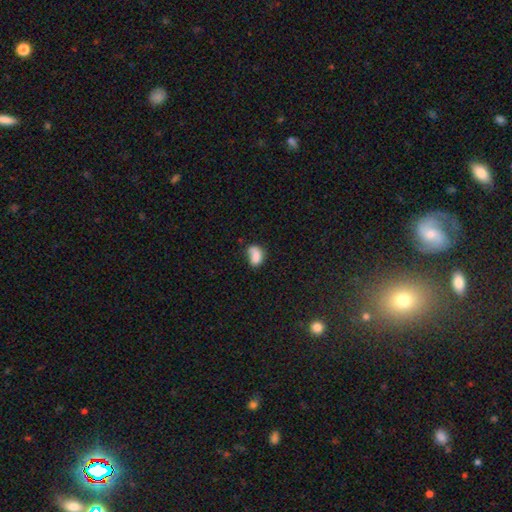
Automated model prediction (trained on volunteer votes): A smooth galaxy with no disk features (77%) that is in between round and cigar-shaped (81%).

Vote fractions:
- Smooth or featured? smooth: 77% / featured or disk: 13% / star or artifact: 10%
- How rounded? in between: 81% / round: 18% / cigar-shaped: 2%
- Merging? none: 36% / minor disturbance: 30% / major disturbance: 18% / merger: 15%